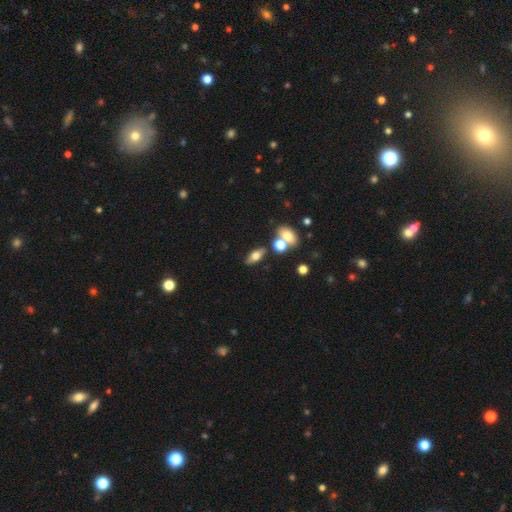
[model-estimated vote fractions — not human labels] This is likely a smooth galaxy (63%). How rounded: likely in between (74%). Merging: likely none (72%).